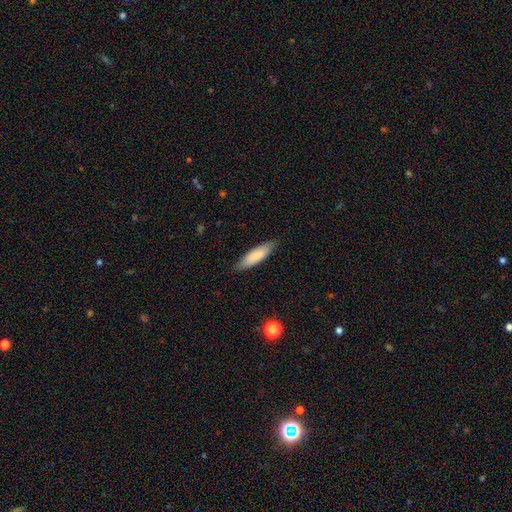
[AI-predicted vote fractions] Smooth or featured? smooth (83%)
How rounded? cigar-shaped (60%)
Merging? none (86%)